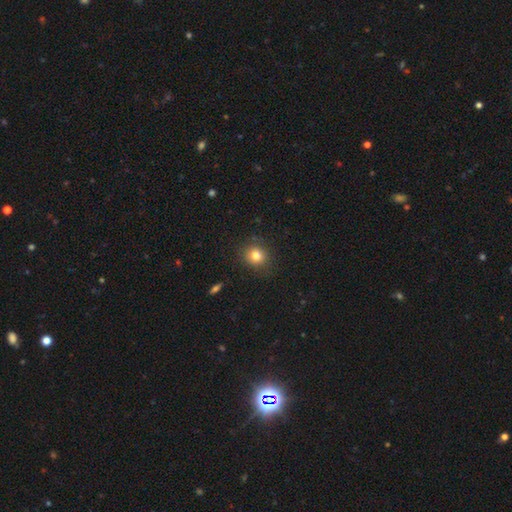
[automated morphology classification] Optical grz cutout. It shows a smooth galaxy with no disk features (81%) that is round (84%). Merging: none (87%).